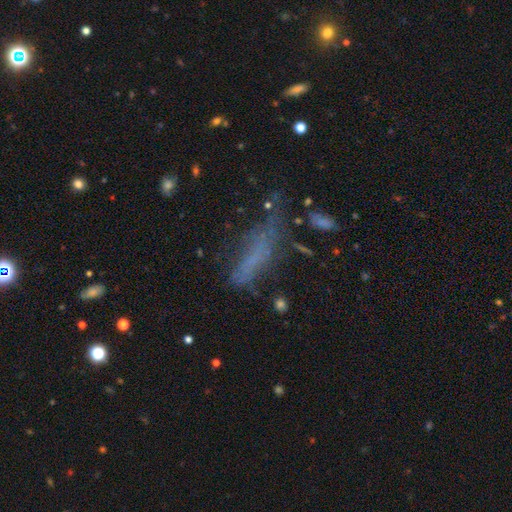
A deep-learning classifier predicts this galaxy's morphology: smooth 53%, featured or disk 26%, star or artifact 20%. Down the decision tree: how rounded — cigar-shaped (69%); merging — none (48%).